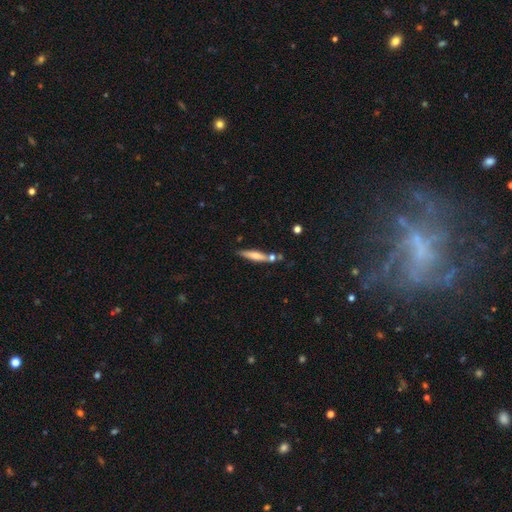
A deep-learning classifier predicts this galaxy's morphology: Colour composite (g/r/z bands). It shows a smooth galaxy with no disk features (57%) that is cigar-shaped (85%). Merging: none (69%).